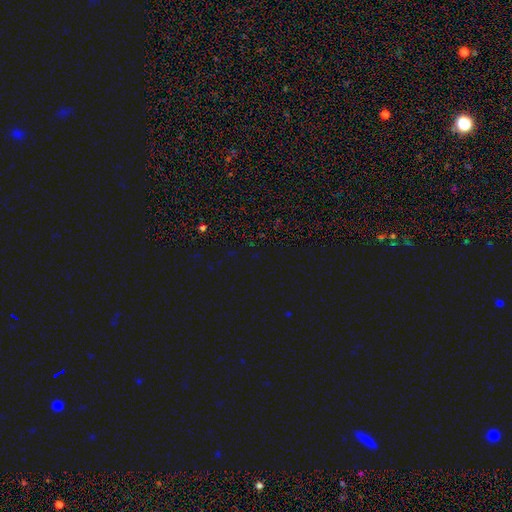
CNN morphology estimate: Smooth or featured?
  - star or artifact: 72% *
  - smooth: 21%
  - featured or disk: 7%